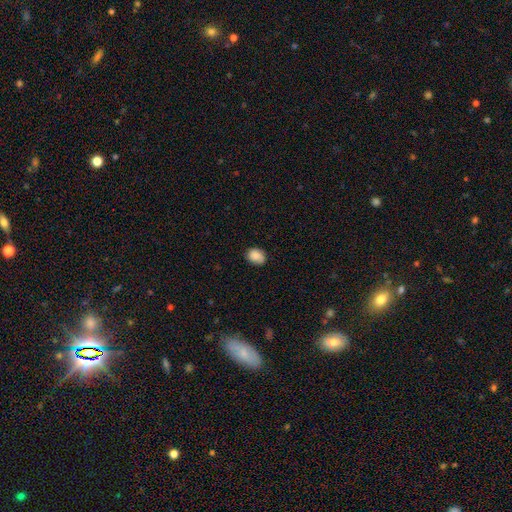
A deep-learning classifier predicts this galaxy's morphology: Smooth or featured?
  - smooth: 85% *
  - star or artifact: 8%
  - featured or disk: 7%
How rounded?
  - in between: 55% *
  - round: 44%
  - cigar-shaped: 1%
Merging?
  - none: 76% *
  - minor disturbance: 20%
  - major disturbance: 4%
  - merger: 1%